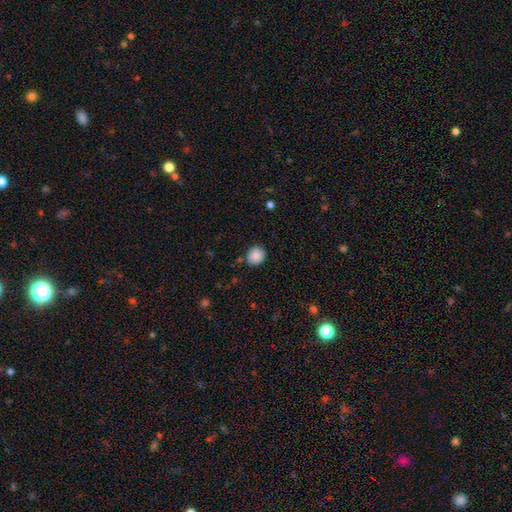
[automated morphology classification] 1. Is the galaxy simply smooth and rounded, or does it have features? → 88% smooth, 8% star or artifact, 3% featured or disk.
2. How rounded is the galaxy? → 79% round, 20% in between, 1% cigar-shaped.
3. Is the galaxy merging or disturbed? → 84% none, 11% minor disturbance, 3% major disturbance, 2% merger.